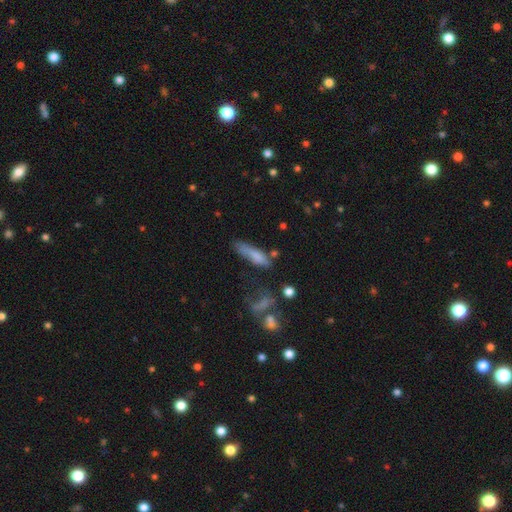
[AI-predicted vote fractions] Morphology: type=smooth (72%); roundness=cigar-shaped (67%); merging=none (42%).